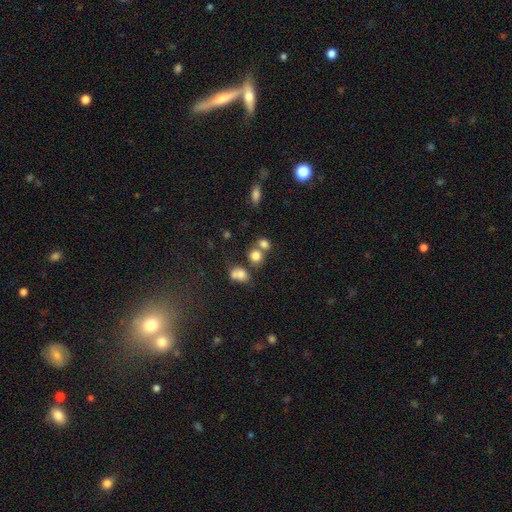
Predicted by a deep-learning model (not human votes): smooth 78%, star or artifact 14%, featured or disk 9%. Down the decision tree: how rounded — round (70%); merging — none (46%).